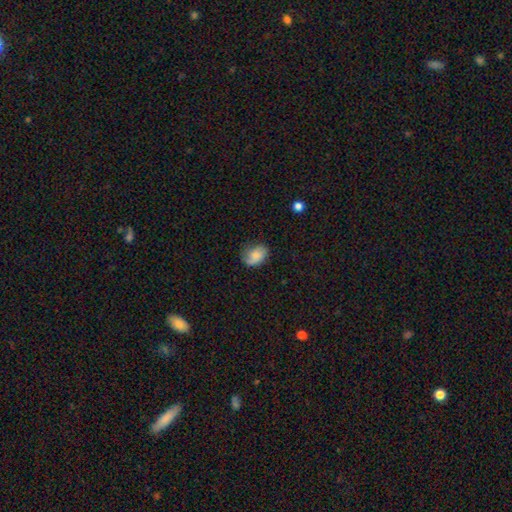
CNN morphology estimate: smooth_or_featured: smooth (p=0.70) [alt: featured or disk p=0.21]
how_rounded: in between (p=0.74) [alt: round p=0.25]
merging: none (p=0.61) [alt: minor disturbance p=0.28]